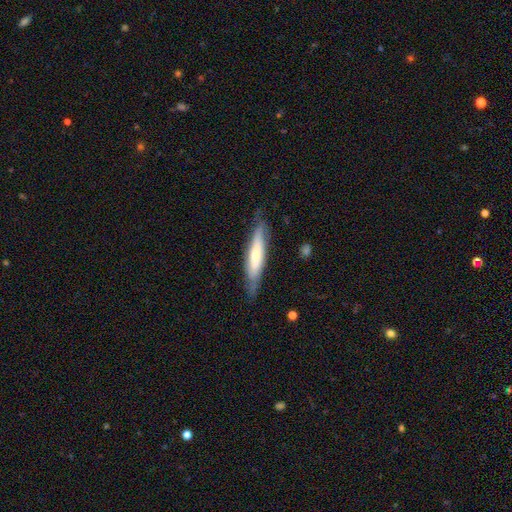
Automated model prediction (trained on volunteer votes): Smooth or featured? Predicted: smooth (p=0.49). Merging? Predicted: none (p=0.76).